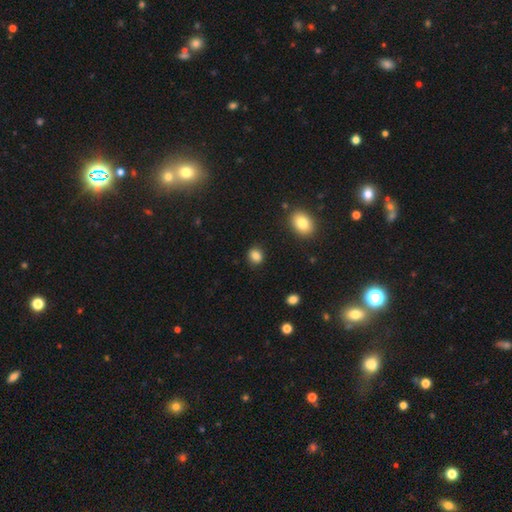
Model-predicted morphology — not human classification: A smooth galaxy with no disk features (85%) that is round (63%).

Vote fractions:
- Smooth or featured? smooth: 85% / star or artifact: 10% / featured or disk: 5%
- How rounded? round: 63% / in between: 36% / cigar-shaped: 1%
- Merging? none: 87% / minor disturbance: 8% / major disturbance: 2% / merger: 2%